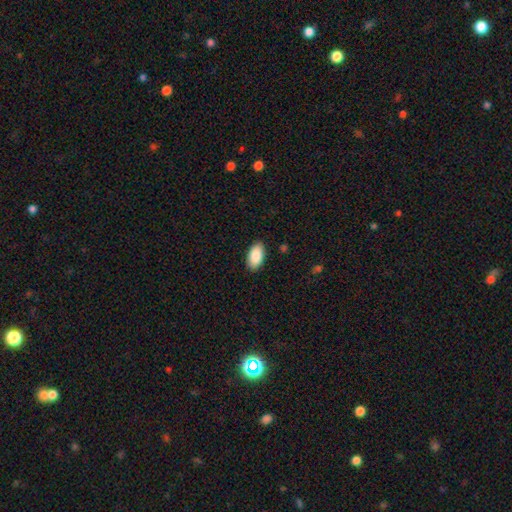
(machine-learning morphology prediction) Smooth or featured: smooth — 89% (star or artifact — 6%)
How rounded: in between — 95% (round — 3%)
Merging: none — 89% (minor disturbance — 8%)